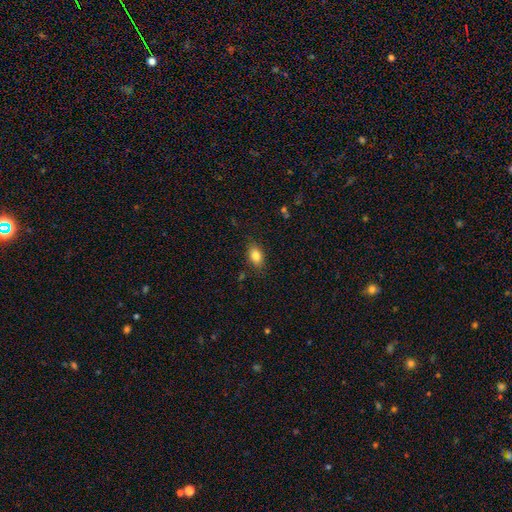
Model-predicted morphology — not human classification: Q: Smooth or featured?
A: smooth (83%); runner-up: star or artifact (9%)
Q: How rounded?
A: in between (84%); runner-up: round (14%)
Q: Merging?
A: none (84%); runner-up: minor disturbance (12%)